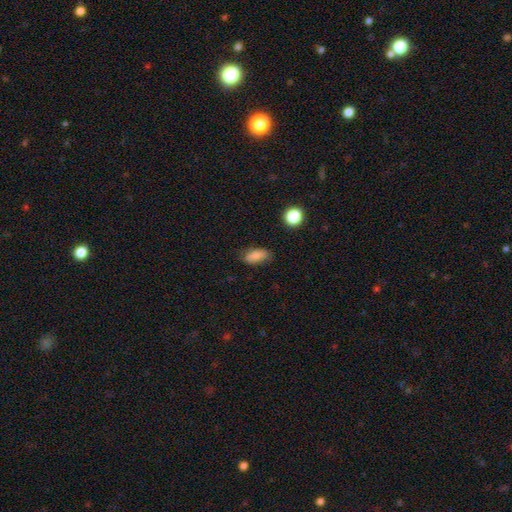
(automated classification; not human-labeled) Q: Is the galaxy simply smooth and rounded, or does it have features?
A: smooth — 82%.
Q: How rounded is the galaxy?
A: in between — 88%.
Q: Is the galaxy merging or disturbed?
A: none — 74%.